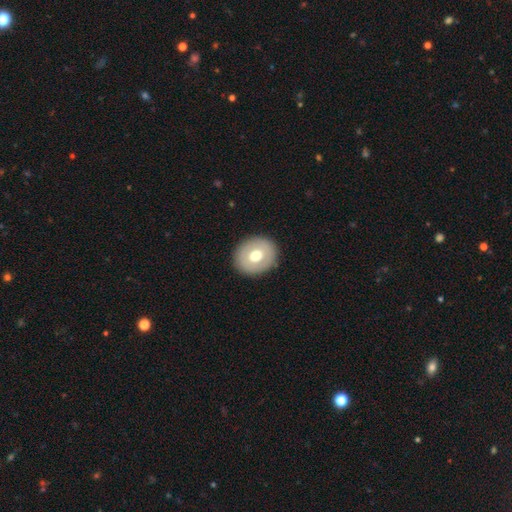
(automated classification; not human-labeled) smooth 63%, featured or disk 30%, star or artifact 7%. Down the decision tree: how rounded — round (71%); merging — none (90%).